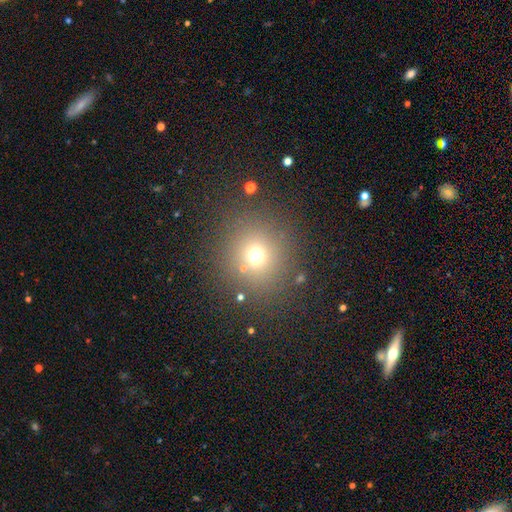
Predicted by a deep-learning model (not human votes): This appears to be a smooth galaxy with no disk features (66%) that is round (89%). Merging: none (83%).